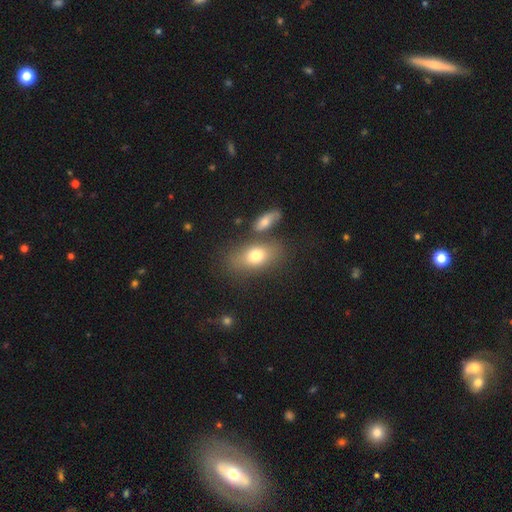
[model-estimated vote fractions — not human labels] smooth-or-featured: smooth: 74% | featured or disk: 17% | star or artifact: 9%
  how-rounded: in between: 83% | round: 12% | cigar-shaped: 5%
  merging: none: 66% | merger: 16% | minor disturbance: 13% | major disturbance: 5%